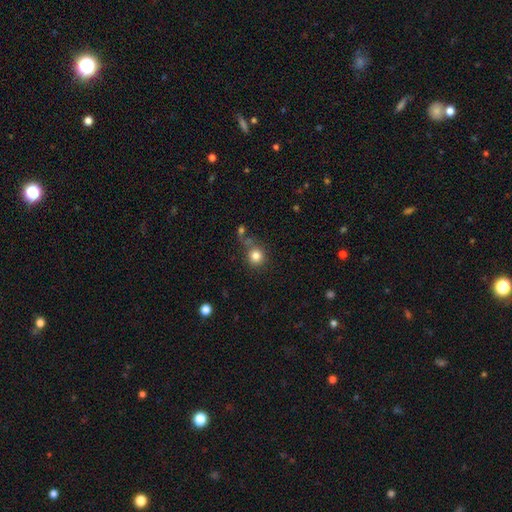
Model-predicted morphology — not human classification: A smooth galaxy with no disk features (82%) that is round (91%). Merging: none (65%).